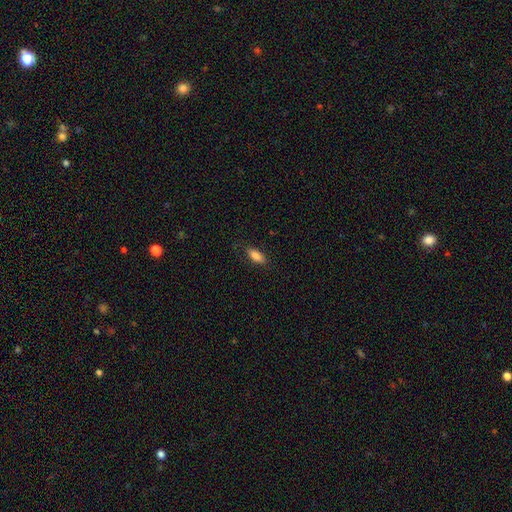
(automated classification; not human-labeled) Overall: smooth (84%). How rounded: in between (81%). Merging: none (82%).